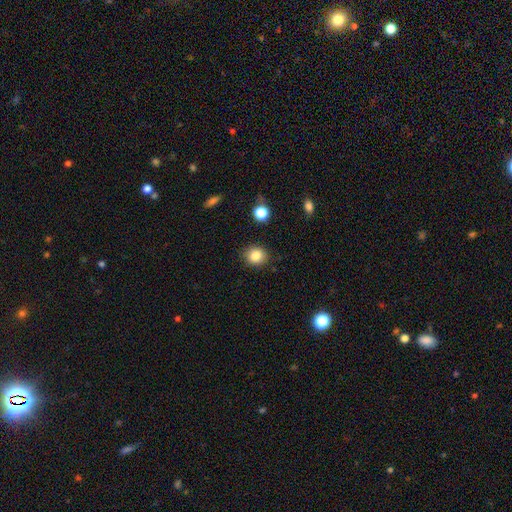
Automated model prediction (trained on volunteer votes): Smooth or featured?
  - smooth: 85% *
  - star or artifact: 10%
  - featured or disk: 5%
How rounded?
  - round: 73% *
  - in between: 26%
  - cigar-shaped: 1%
Merging?
  - none: 87% *
  - minor disturbance: 9%
  - major disturbance: 3%
  - merger: 2%